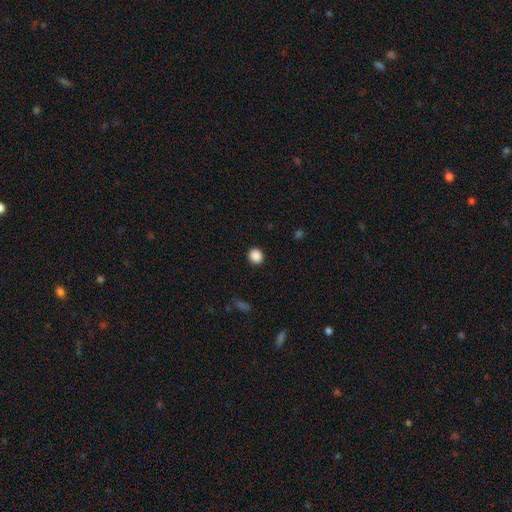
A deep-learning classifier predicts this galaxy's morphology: Smooth or featured?
  - smooth: 88% *
  - star or artifact: 9%
  - featured or disk: 2%
How rounded?
  - round: 84% *
  - in between: 15%
  - cigar-shaped: 1%
Merging?
  - none: 91% *
  - minor disturbance: 6%
  - major disturbance: 2%
  - merger: 1%